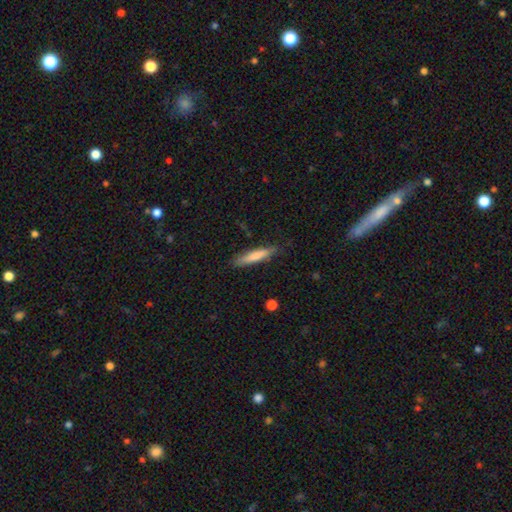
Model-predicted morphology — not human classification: type=smooth (76%); roundness=cigar-shaped (86%); merging=none (81%).